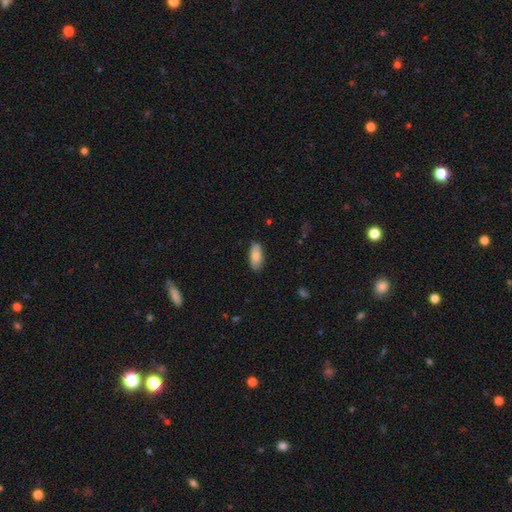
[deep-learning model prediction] Smooth or featured?
  - smooth: 83% *
  - featured or disk: 11%
  - star or artifact: 6%
How rounded?
  - in between: 90% *
  - cigar-shaped: 8%
  - round: 2%
Merging?
  - none: 84% *
  - minor disturbance: 12%
  - major disturbance: 2%
  - merger: 1%